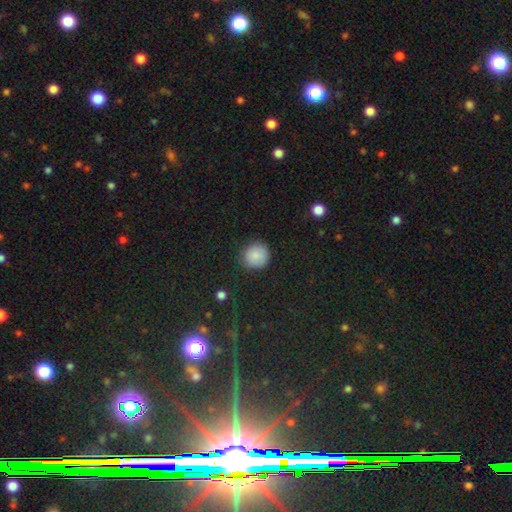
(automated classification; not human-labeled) The model was most divided on "smooth or featured": smooth: 87%, star or artifact: 9%, featured or disk: 4%. More confident: how rounded — round (93%); merging — none (88%).